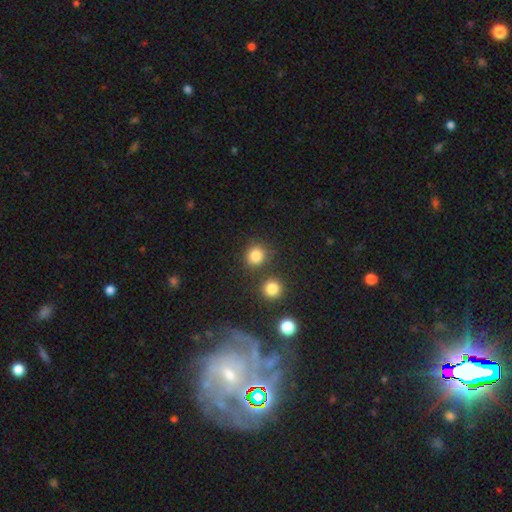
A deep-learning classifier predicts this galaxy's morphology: Smooth or featured? smooth (82%)
How rounded? round (87%)
Merging? none (75%)